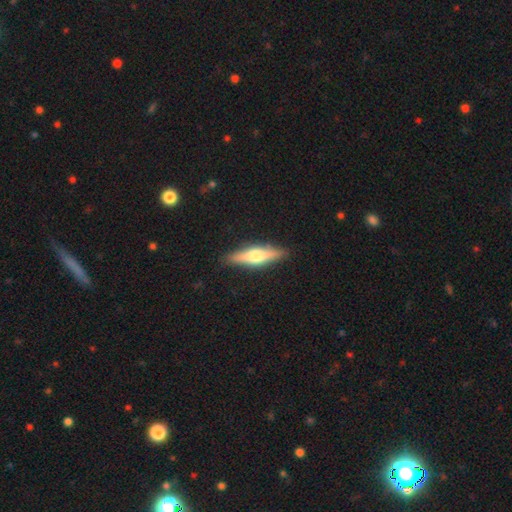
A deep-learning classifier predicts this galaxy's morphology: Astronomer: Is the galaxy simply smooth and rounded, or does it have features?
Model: featured or disk — 52% (runner-up: smooth, 42%).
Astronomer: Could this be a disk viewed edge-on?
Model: yes — 94%.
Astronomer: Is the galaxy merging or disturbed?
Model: none — 88%.